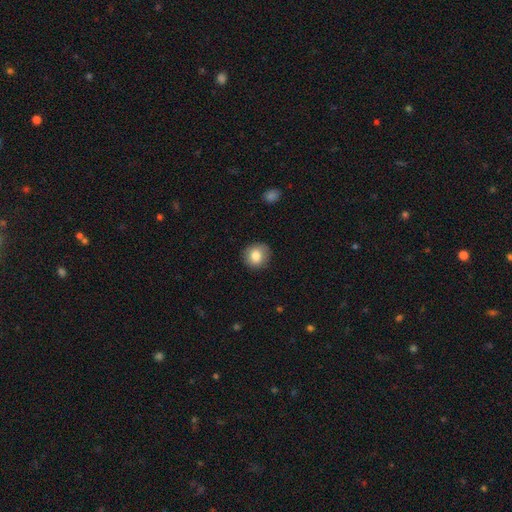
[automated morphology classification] Smooth or featured? Predicted: smooth (p=0.82). How rounded? Predicted: round (p=0.87). Merging? Predicted: none (p=0.87).